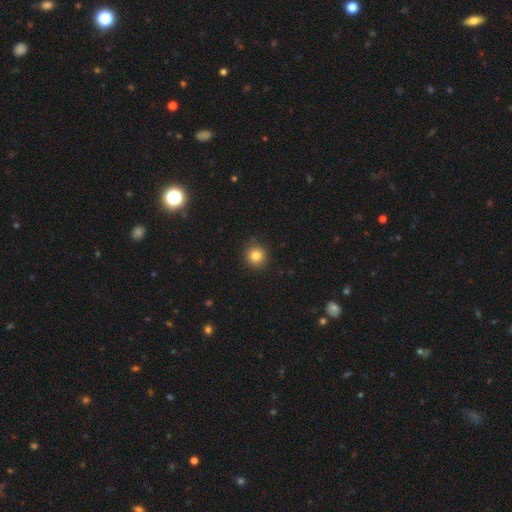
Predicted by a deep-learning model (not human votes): Overall: smooth (83%). How rounded: round (94%). Merging: none (90%).